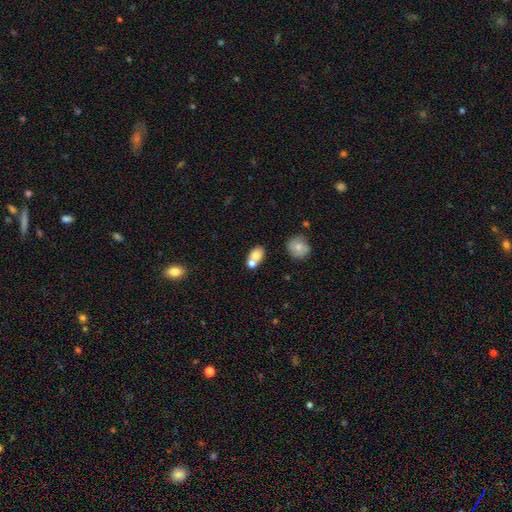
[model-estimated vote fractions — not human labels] This is likely a smooth galaxy (75%). How rounded: likely in between (64%). Merging: possibly merger (52%).